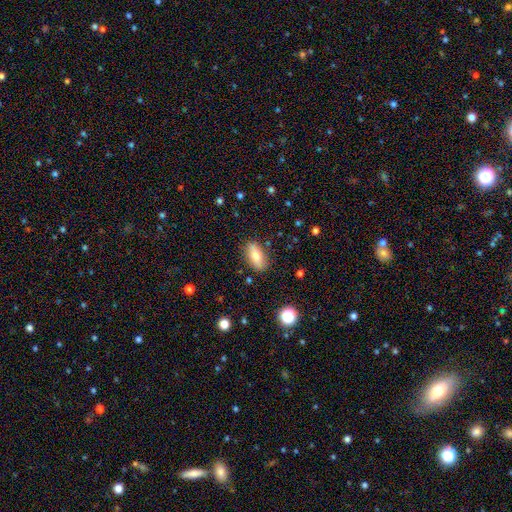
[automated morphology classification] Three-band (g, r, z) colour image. It shows a smooth galaxy with no disk features (71%) that is in between round and cigar-shaped (83%). Merging: none (81%).